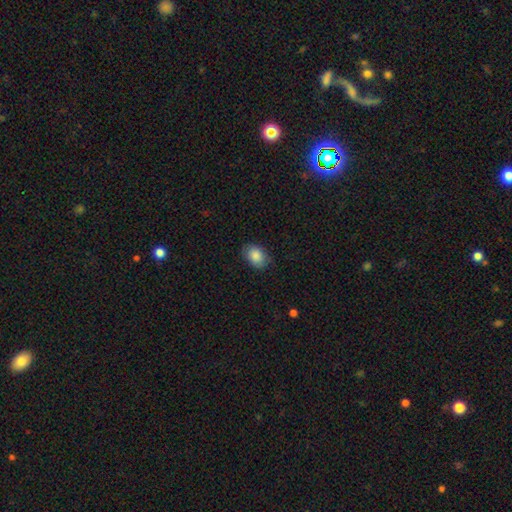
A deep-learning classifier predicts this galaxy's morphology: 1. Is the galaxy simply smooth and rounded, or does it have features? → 86% smooth, 7% star or artifact, 6% featured or disk.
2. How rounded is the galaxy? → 78% in between, 21% round, 1% cigar-shaped.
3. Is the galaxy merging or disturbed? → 81% none, 14% minor disturbance, 3% major disturbance, 1% merger.